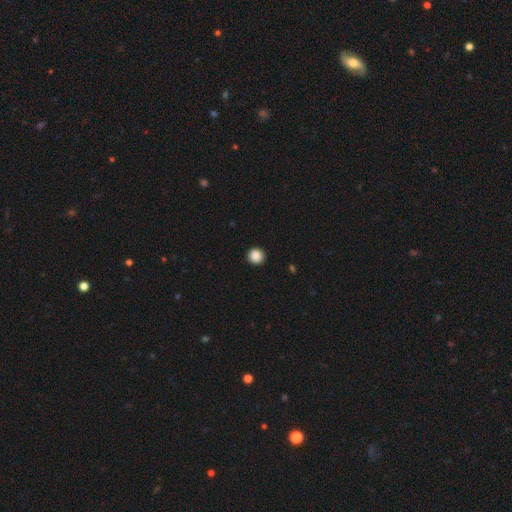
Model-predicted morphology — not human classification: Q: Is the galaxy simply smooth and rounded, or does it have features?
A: smooth — 88%.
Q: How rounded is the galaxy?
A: round — 95%.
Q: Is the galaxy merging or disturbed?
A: none — 93%.